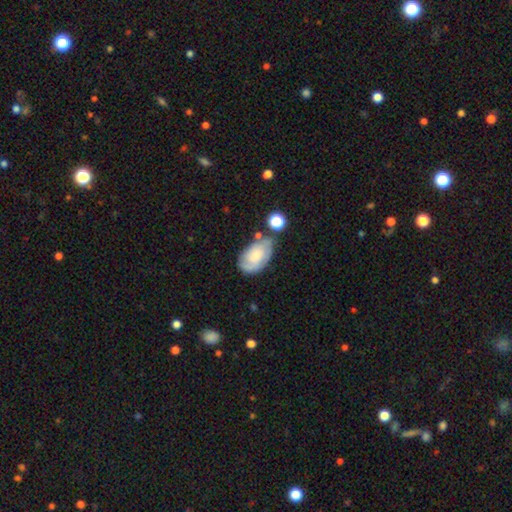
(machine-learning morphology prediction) A smooth galaxy with no disk features (51%) that is in between round and cigar-shaped (91%). Merging: none (52%).